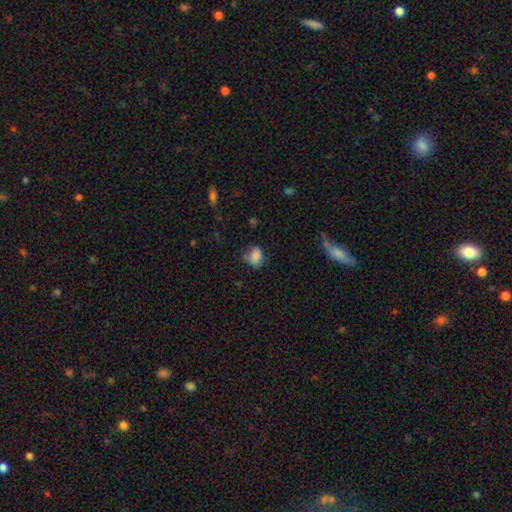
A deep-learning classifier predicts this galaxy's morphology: smooth_or_featured: smooth (p=0.80) [alt: featured or disk p=0.10]
how_rounded: in between (p=0.55) [alt: round p=0.44]
merging: none (p=0.59) [alt: minor disturbance p=0.29]